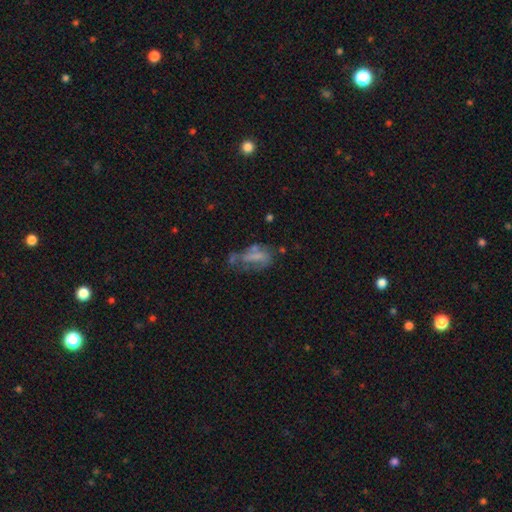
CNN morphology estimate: Overall: smooth (46%; featured or disk 41%). Merging: major disturbance (32%; none 28%).